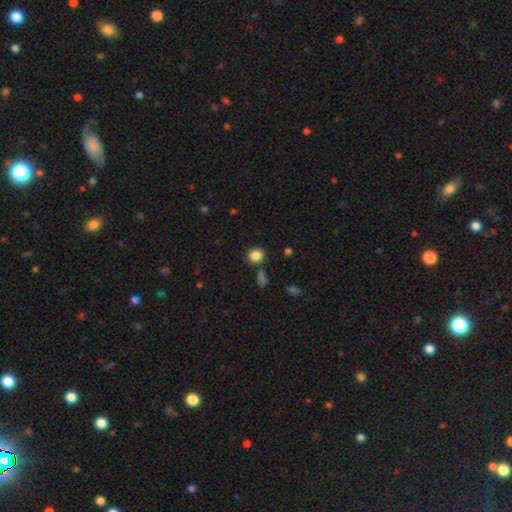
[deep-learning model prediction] smooth_or_featured: smooth (p=0.85) [alt: star or artifact p=0.10]
how_rounded: round (p=0.77) [alt: in between p=0.22]
merging: none (p=0.81) [alt: minor disturbance p=0.11]